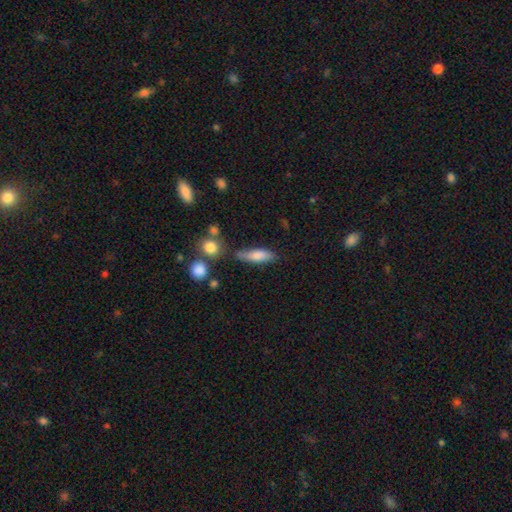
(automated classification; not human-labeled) smooth 70%, featured or disk 22%, star or artifact 9%. Down the decision tree: how rounded — cigar-shaped (54%); merging — none (68%).